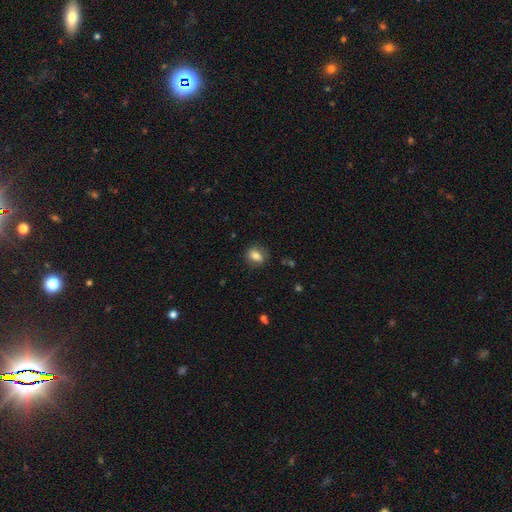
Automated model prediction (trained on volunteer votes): smooth_or_featured: smooth (p=0.79) [alt: featured or disk p=0.12]
how_rounded: in between (p=0.50) [alt: round p=0.48]
merging: none (p=0.83) [alt: minor disturbance p=0.13]